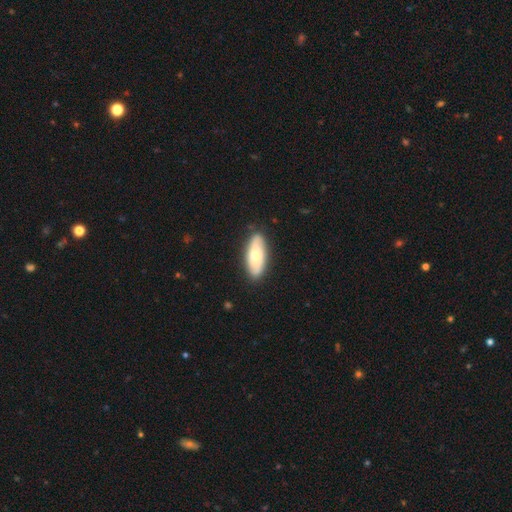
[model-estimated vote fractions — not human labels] Smooth or featured? smooth (62%)
How rounded? in between (79%)
Merging? none (86%)